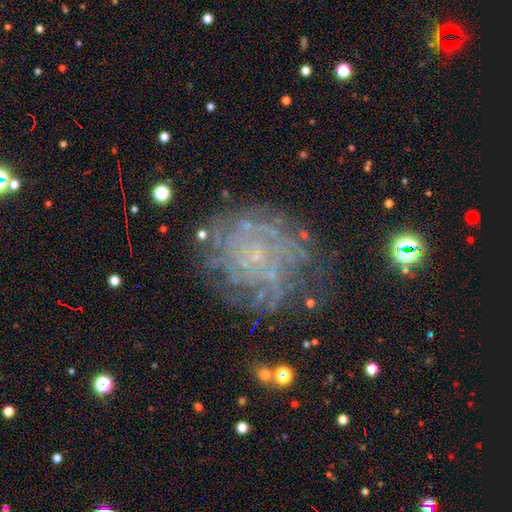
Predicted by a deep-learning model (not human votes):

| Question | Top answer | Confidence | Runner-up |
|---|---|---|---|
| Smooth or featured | featured or disk | 72% | star or artifact (15%) |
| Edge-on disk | no | 98% | yes (2%) |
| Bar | no | 80% | weak (16%) |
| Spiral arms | yes | 84% | no (16%) |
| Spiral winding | tight | 69% | medium (22%) |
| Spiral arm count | can't tell | 44% | more than 4 (18%) |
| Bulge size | small | 69% | none (23%) |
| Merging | none | 70% | minor disturbance (16%) |